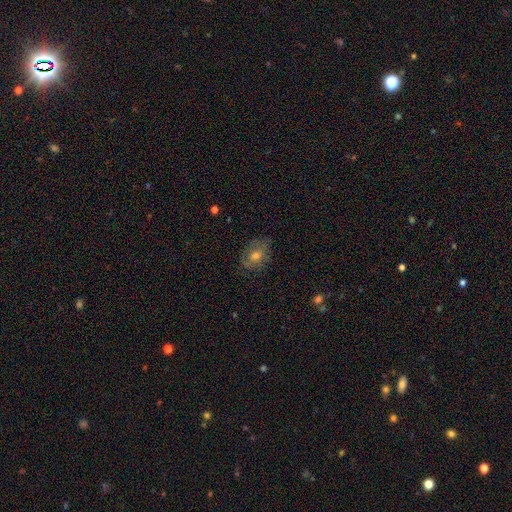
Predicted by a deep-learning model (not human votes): Smooth or featured?
  - smooth: 52% *
  - featured or disk: 37%
  - star or artifact: 11%
How rounded?
  - in between: 72% *
  - round: 26%
  - cigar-shaped: 2%
Merging?
  - none: 69% *
  - minor disturbance: 21%
  - major disturbance: 8%
  - merger: 1%